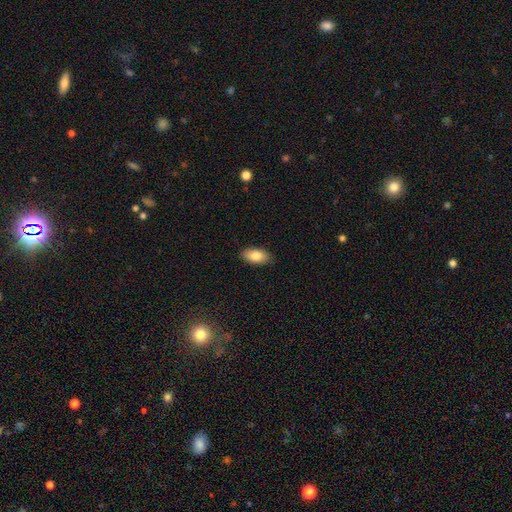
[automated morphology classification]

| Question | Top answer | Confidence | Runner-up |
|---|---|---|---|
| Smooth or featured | smooth | 83% | featured or disk (10%) |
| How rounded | in between | 92% | cigar-shaped (4%) |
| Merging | none | 87% | minor disturbance (10%) |